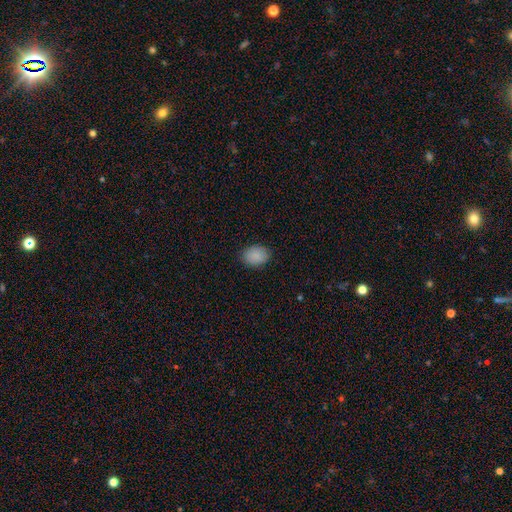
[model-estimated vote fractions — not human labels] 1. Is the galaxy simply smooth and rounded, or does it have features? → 90% smooth, 7% star or artifact, 3% featured or disk.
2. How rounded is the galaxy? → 74% in between, 25% round, 1% cigar-shaped.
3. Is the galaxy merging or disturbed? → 86% none, 11% minor disturbance, 2% major disturbance, 1% merger.